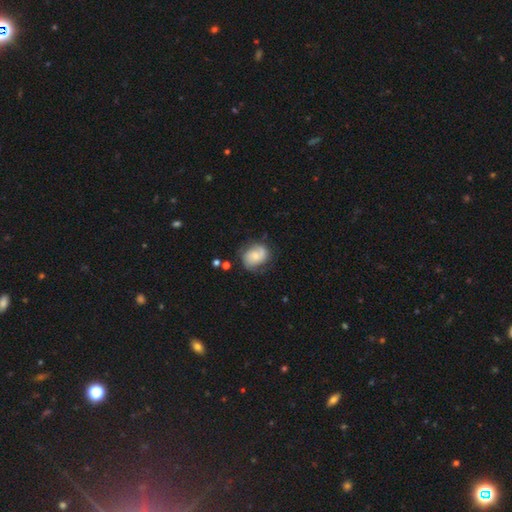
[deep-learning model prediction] Smooth or featured?
  - featured or disk: 53% *
  - smooth: 39%
  - star or artifact: 8%
Edge-on disk?
  - no: 97% *
  - yes: 3%
Bar?
  - no: 69% *
  - weak: 26%
  - strong: 5%
Spiral arms?
  - yes: 84% *
  - no: 16%
Bulge size?
  - small: 51% *
  - moderate: 38%
  - none: 6%
  - large: 4%
  - dominant: 1%
Merging?
  - none: 63% *
  - minor disturbance: 25%
  - major disturbance: 10%
  - merger: 3%